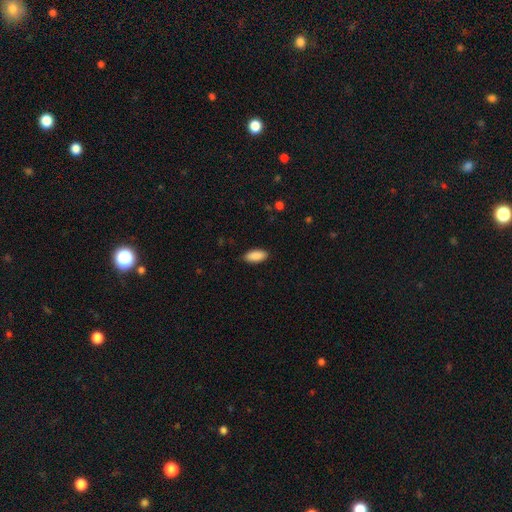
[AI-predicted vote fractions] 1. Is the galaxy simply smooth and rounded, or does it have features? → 91% smooth, 6% star or artifact, 3% featured or disk.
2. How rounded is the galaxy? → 88% in between, 10% cigar-shaped, 2% round.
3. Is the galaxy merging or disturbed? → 87% none, 10% minor disturbance, 2% major disturbance, 1% merger.